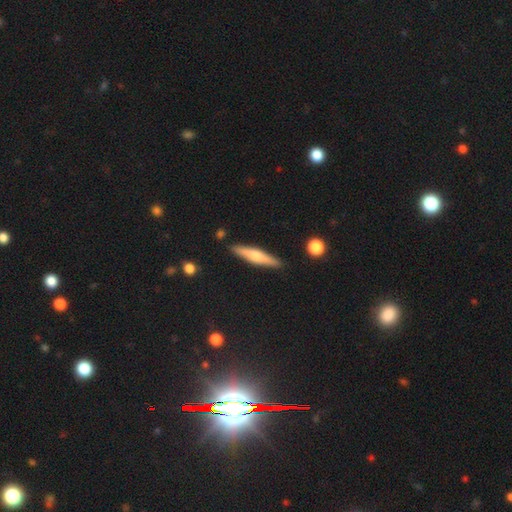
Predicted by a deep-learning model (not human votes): smooth-or-featured: smooth: 48% | featured or disk: 47% | star or artifact: 6%
  merging: none: 89% | minor disturbance: 8% | merger: 2% | major disturbance: 2%